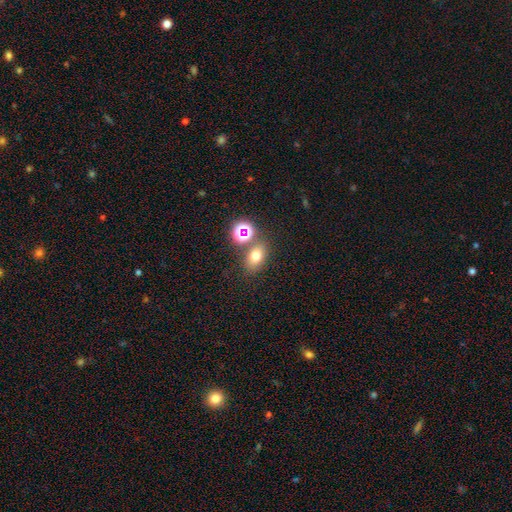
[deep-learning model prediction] Q: Smooth or featured?
A: smooth (69%); runner-up: star or artifact (20%)
Q: How rounded?
A: in between (68%); runner-up: round (30%)
Q: Merging?
A: none (70%); runner-up: merger (16%)